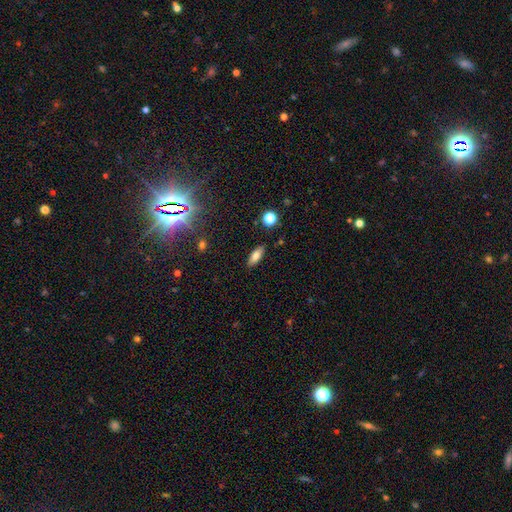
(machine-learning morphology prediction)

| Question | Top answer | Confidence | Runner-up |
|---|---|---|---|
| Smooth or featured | smooth | 76% | featured or disk (14%) |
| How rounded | in between | 77% | cigar-shaped (20%) |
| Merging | none | 87% | minor disturbance (9%) |